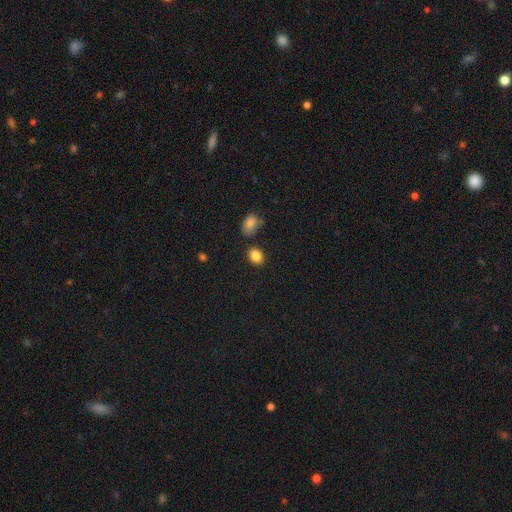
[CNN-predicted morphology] The model was most divided on "how rounded": in between: 69%, round: 30%, cigar-shaped: 1%. More confident: smooth or featured — smooth (86%); merging — none (77%).